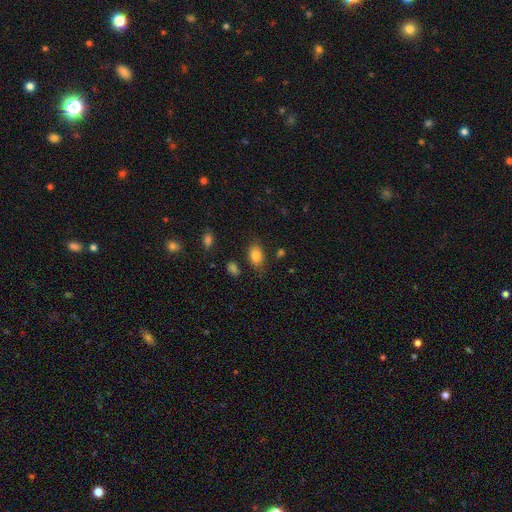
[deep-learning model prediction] This appears to be a smooth galaxy with no disk features (83%) that is in between round and cigar-shaped (83%). Merging: none (77%).